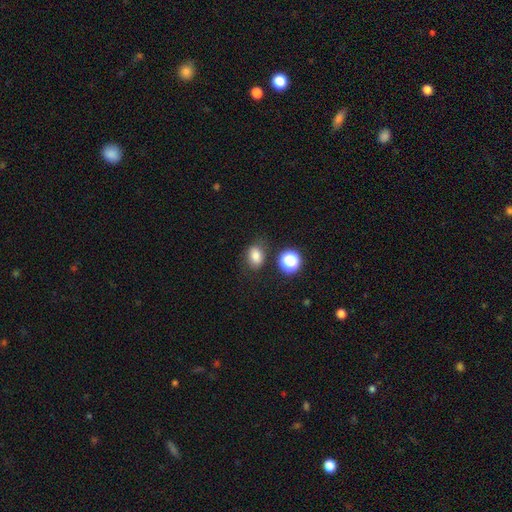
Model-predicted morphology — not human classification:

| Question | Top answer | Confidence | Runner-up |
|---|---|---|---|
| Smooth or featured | smooth | 79% | star or artifact (13%) |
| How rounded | in between | 69% | round (30%) |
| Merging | none | 72% | minor disturbance (17%) |